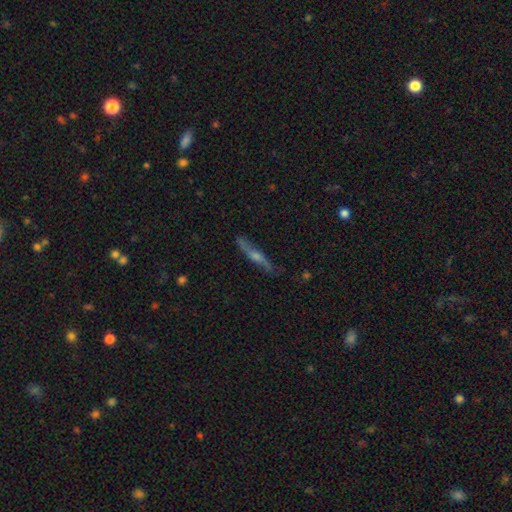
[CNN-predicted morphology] featured or disk 64%, smooth 28%, star or artifact 8%. Down the decision tree: edge-on disk — yes (84%); edge-on bulge — rounded (78%); merging — none (79%).